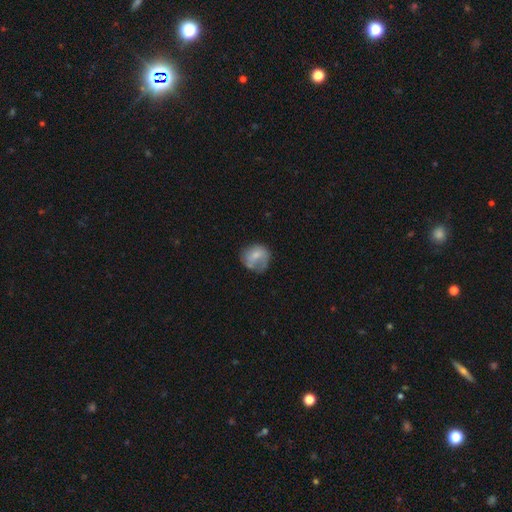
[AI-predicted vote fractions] smooth-or-featured: smooth: 63% | featured or disk: 29% | star or artifact: 8%
  how-rounded: round: 75% | in between: 24% | cigar-shaped: 1%
  merging: none: 49% | minor disturbance: 28% | major disturbance: 19% | merger: 4%